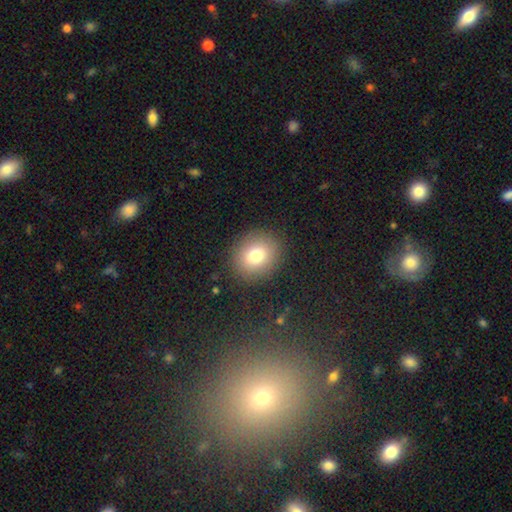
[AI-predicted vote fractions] smooth_or_featured: smooth (p=0.77) [alt: featured or disk p=0.12]
how_rounded: round (p=0.75) [alt: in between p=0.24]
merging: none (p=0.88) [alt: minor disturbance p=0.07]